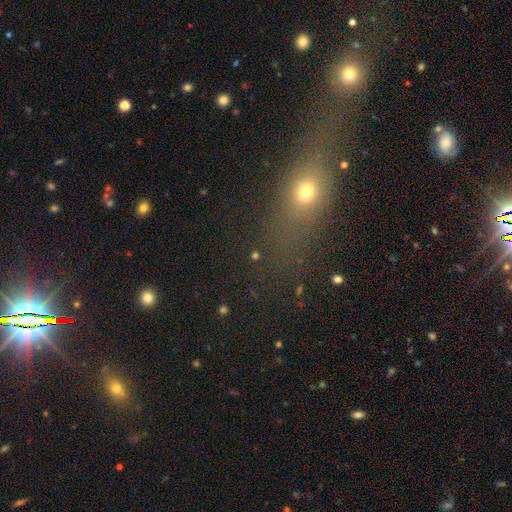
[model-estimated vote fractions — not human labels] Morphology: type=smooth (50%); merging=none (70%).